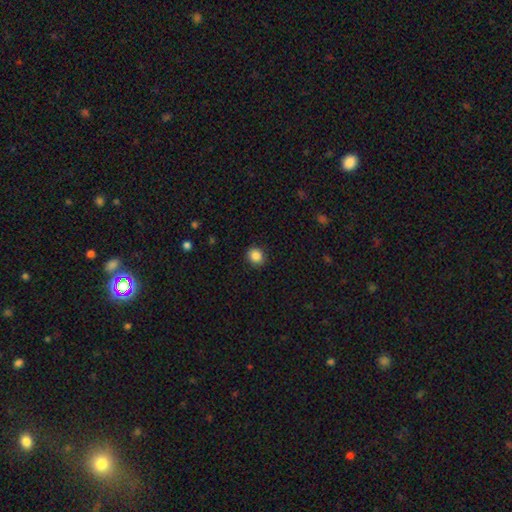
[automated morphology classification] smooth_or_featured: smooth (p=0.86) [alt: star or artifact p=0.10]
how_rounded: round (p=0.84) [alt: in between p=0.16]
merging: none (p=0.90) [alt: minor disturbance p=0.07]